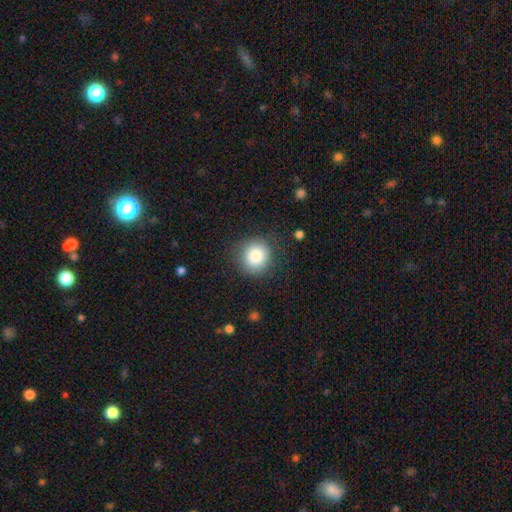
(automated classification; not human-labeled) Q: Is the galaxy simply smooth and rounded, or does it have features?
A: smooth — 85%.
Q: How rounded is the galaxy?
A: round — 90%.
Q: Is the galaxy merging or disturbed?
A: none — 84%.